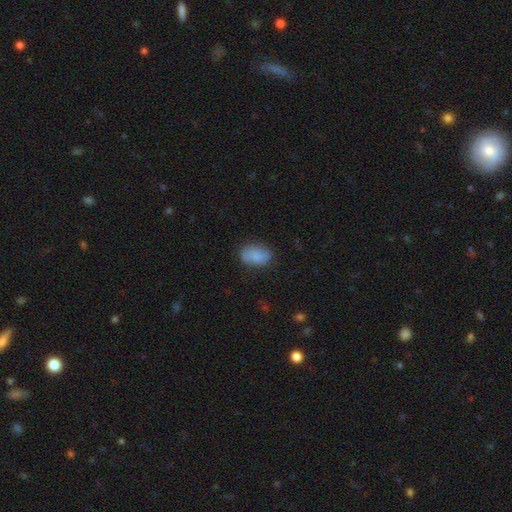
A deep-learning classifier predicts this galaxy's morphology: Smooth or featured?
  - smooth: 81% *
  - featured or disk: 12%
  - star or artifact: 8%
How rounded?
  - in between: 83% *
  - round: 15%
  - cigar-shaped: 1%
Merging?
  - none: 74% *
  - minor disturbance: 19%
  - major disturbance: 5%
  - merger: 2%